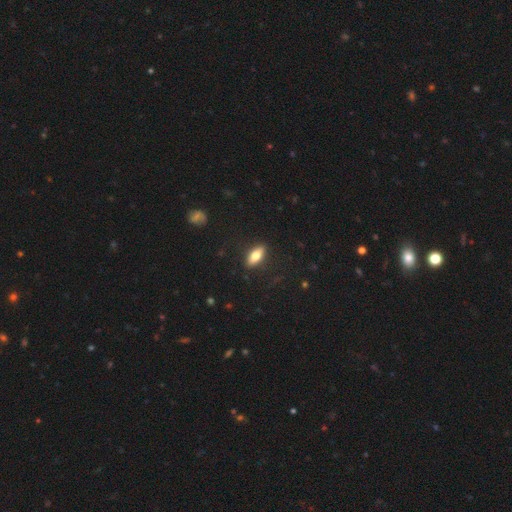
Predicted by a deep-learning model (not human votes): Overall: smooth (72%). How rounded: in between (75%). Merging: none (88%).